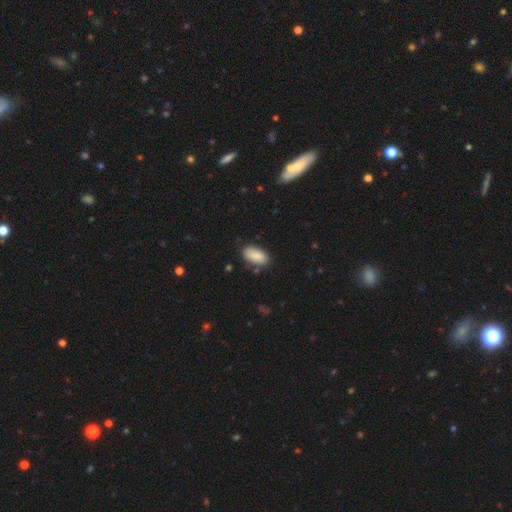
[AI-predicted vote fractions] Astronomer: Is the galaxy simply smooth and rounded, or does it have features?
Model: smooth — 89%.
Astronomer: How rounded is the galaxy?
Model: in between — 93%.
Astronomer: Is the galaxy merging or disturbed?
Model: none — 82%.